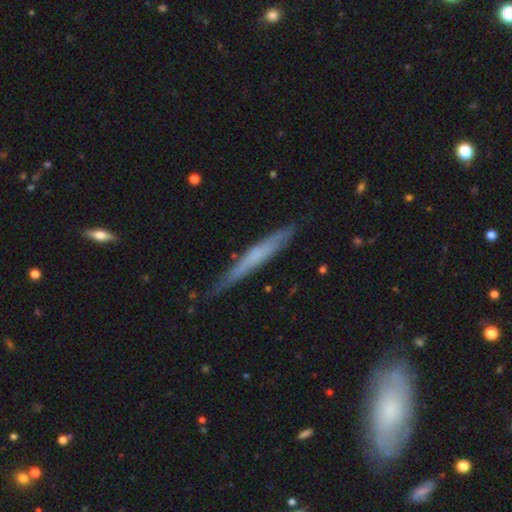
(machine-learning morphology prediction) featured or disk 47%, smooth 46%, star or artifact 6%. Down the decision tree: merging — none (75%).